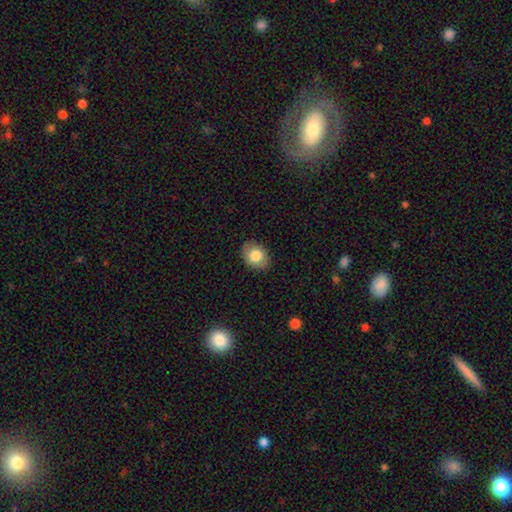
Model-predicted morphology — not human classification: Smooth or featured? Predicted: smooth (p=0.80). How rounded? Predicted: in between (p=0.66). Merging? Predicted: none (p=0.87).